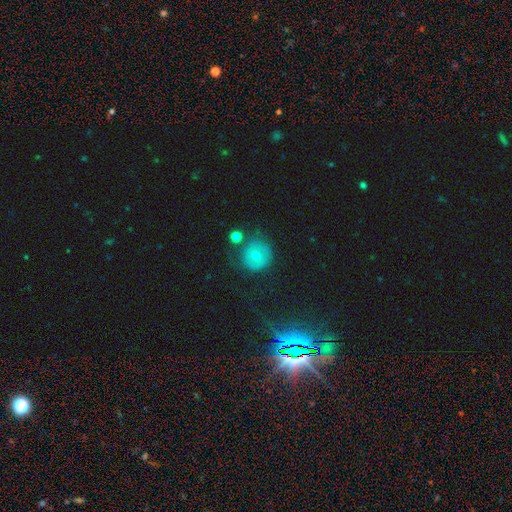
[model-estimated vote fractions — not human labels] Overall: smooth (57%; featured or disk 31%). How rounded: round (91%). Merging: none (66%).